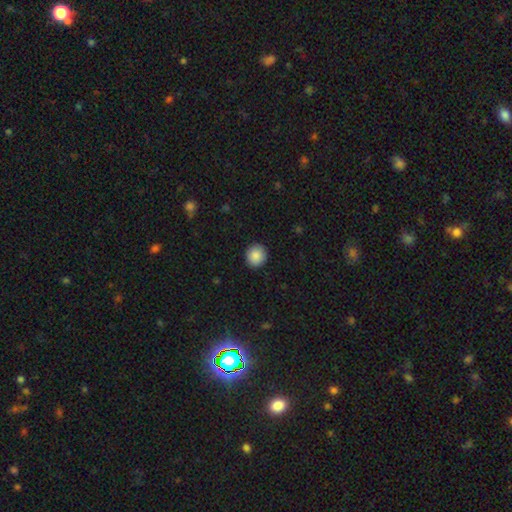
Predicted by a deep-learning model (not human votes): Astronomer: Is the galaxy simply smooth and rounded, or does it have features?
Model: smooth — 88%.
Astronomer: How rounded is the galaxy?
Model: round — 87%.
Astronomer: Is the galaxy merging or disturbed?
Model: none — 92%.